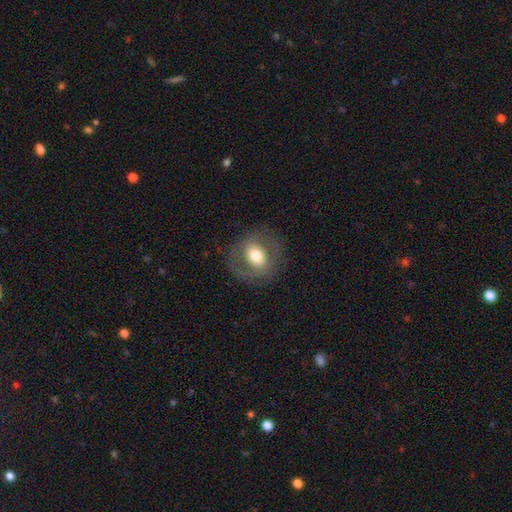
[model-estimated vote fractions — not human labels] Smooth or featured? smooth (49%)
Merging? none (77%)